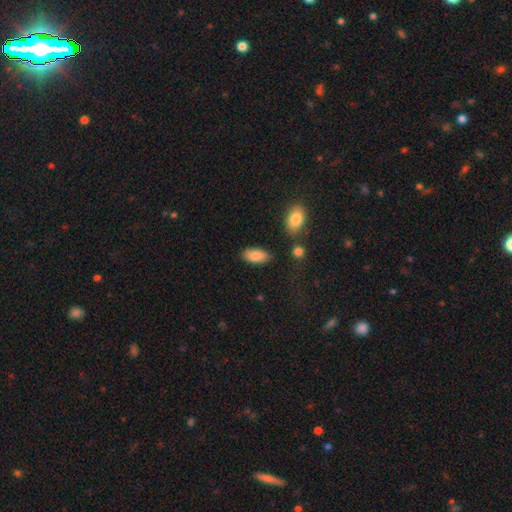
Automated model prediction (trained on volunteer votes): smooth-or-featured: smooth: 86% | featured or disk: 7% | star or artifact: 7%
  how-rounded: in between: 92% | cigar-shaped: 5% | round: 3%
  merging: none: 82% | minor disturbance: 12% | merger: 3% | major disturbance: 3%